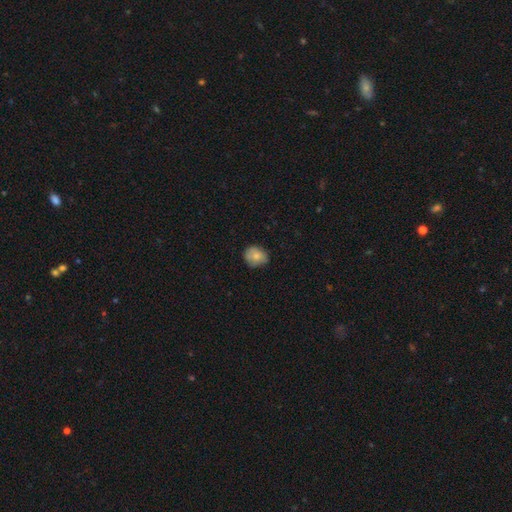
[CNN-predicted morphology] Smooth or featured? Predicted: smooth (p=0.78). How rounded? Predicted: round (p=0.64). Merging? Predicted: none (p=0.72).